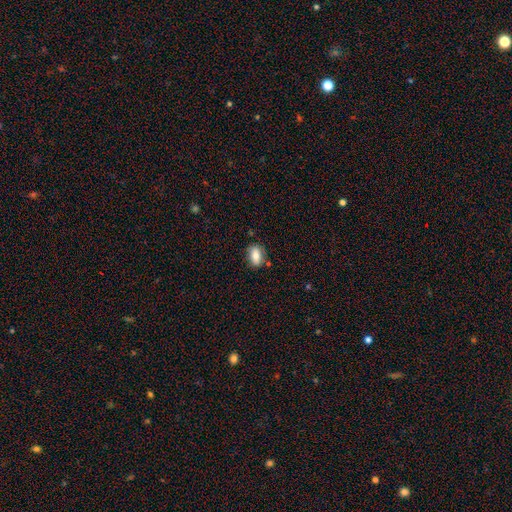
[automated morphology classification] smooth 78%, featured or disk 14%, star or artifact 8%. Down the decision tree: how rounded — in between (84%); merging — none (78%).